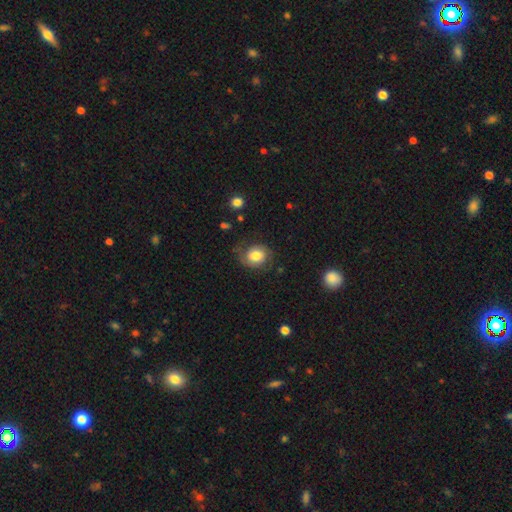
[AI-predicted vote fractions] Q: Smooth or featured?
A: smooth (50%); runner-up: featured or disk (42%)
Q: Merging?
A: none (64%); runner-up: minor disturbance (21%)